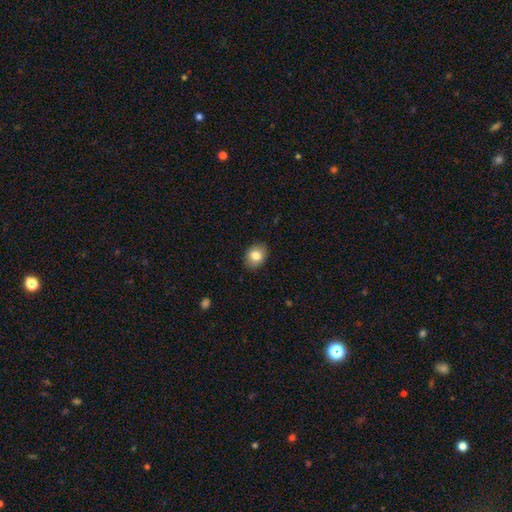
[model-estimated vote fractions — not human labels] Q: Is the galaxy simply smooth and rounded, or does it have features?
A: smooth — 81%.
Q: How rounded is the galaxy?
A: in between — 62%.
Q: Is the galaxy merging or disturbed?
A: none — 87%.